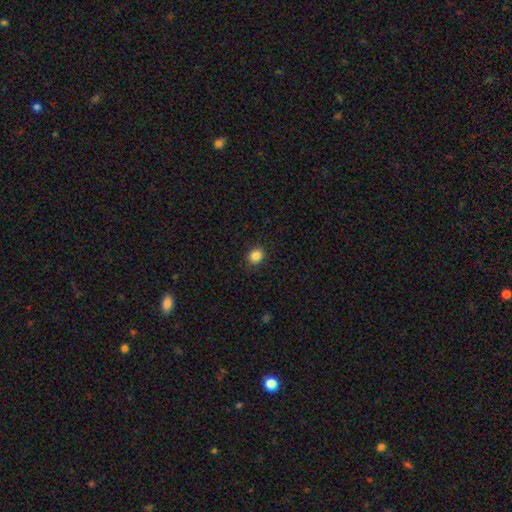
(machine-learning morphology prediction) type=smooth (86%); roundness=round (68%); merging=none (88%).